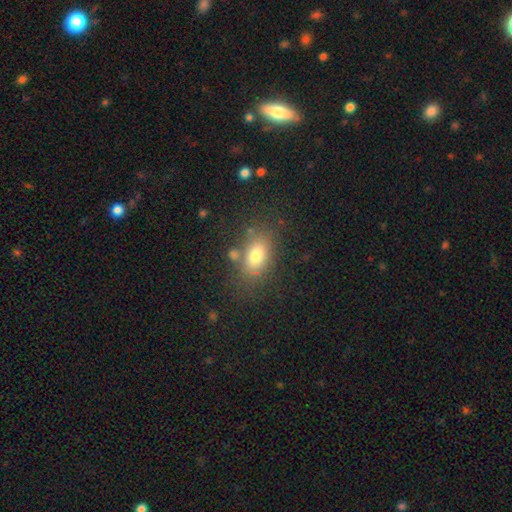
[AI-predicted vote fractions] A smooth galaxy with no disk features (75%) that is in between round and cigar-shaped (83%). Merging: none (71%).